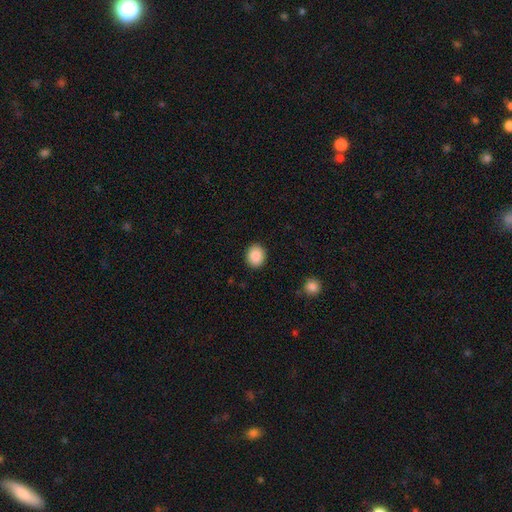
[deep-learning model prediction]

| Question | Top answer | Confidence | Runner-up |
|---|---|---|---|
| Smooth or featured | smooth | 89% | star or artifact (8%) |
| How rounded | round | 68% | in between (32%) |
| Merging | none | 91% | minor disturbance (6%) |